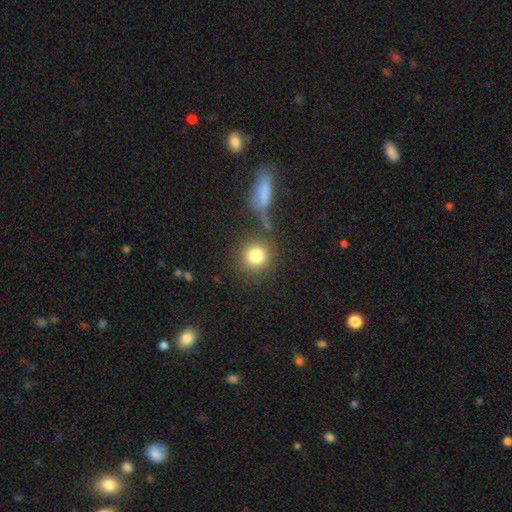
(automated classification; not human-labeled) The model was most divided on "merging": none: 73%, merger: 11%, minor disturbance: 10%, major disturbance: 5%. More confident: how rounded — round (90%); smooth or featured — smooth (82%).